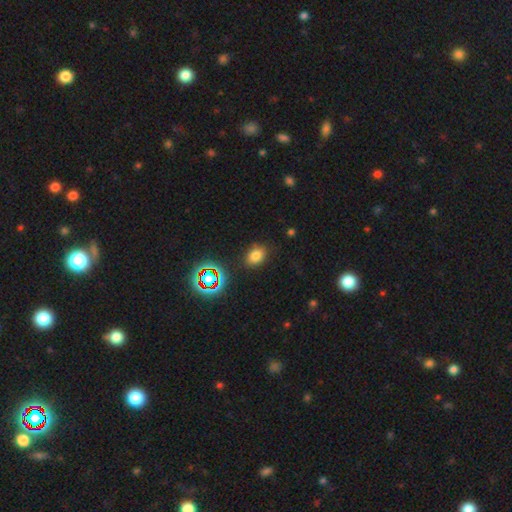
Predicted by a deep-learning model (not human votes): Smooth or featured? smooth (73%)
How rounded? in between (71%)
Merging? none (84%)